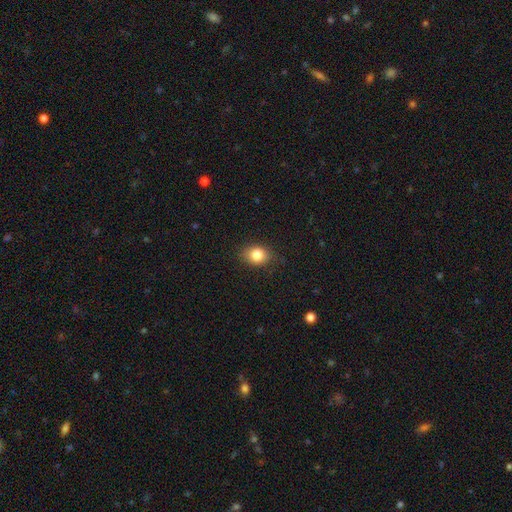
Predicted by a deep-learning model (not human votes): A smooth galaxy with no disk features (84%) that is in between round and cigar-shaped (51%). Merging: none (83%).